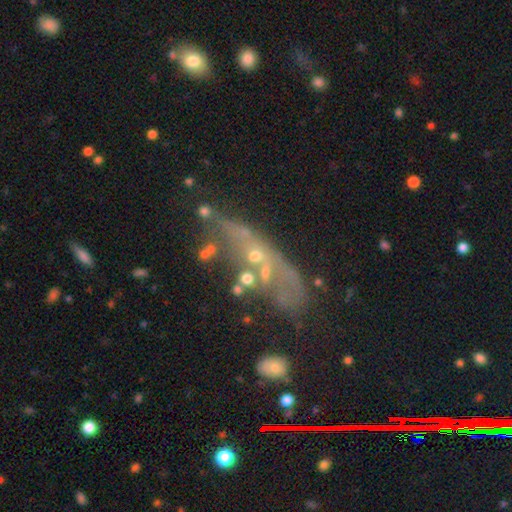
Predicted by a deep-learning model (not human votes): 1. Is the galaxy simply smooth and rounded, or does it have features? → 44% featured or disk, 31% smooth, 24% star or artifact.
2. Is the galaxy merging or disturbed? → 35% merger, 29% none, 21% major disturbance, 15% minor disturbance.